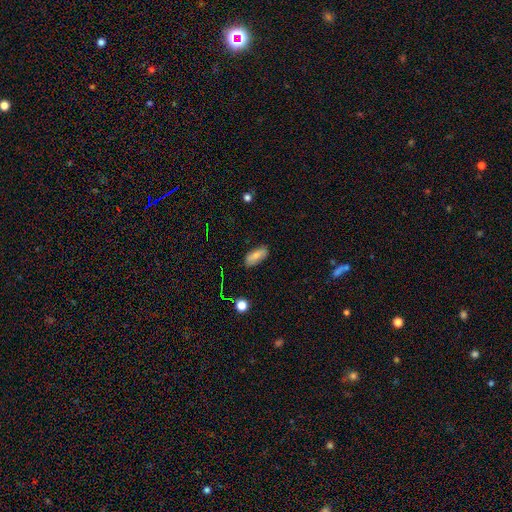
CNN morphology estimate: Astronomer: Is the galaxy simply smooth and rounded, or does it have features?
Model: smooth — 72%.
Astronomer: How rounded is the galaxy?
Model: in between — 81%.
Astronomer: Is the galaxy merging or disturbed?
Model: none — 83%.